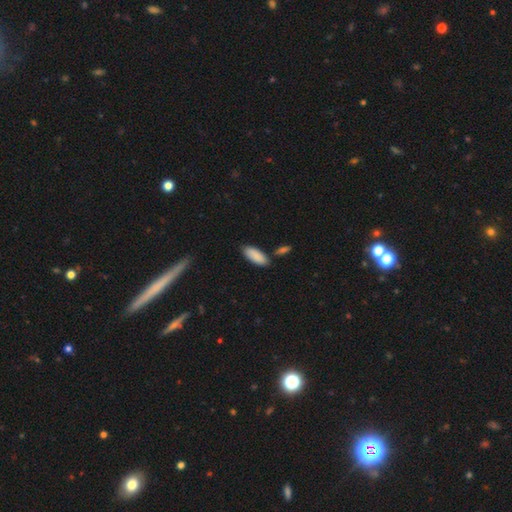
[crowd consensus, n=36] This is clearly a smooth galaxy (94%). How rounded: likely in between (76%). Merging: clearly none (92%).